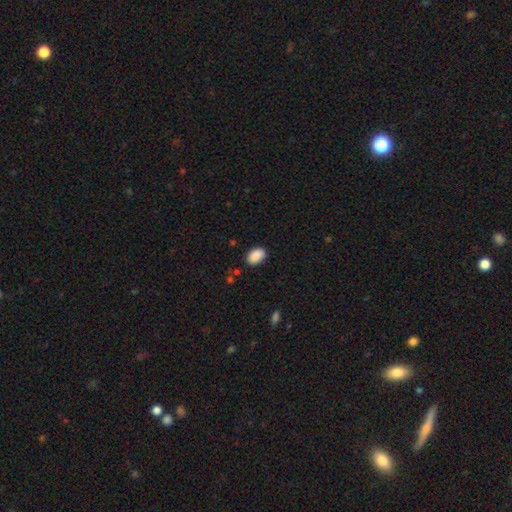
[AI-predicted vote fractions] Smooth or featured? Predicted: smooth (p=0.90). How rounded? Predicted: in between (p=0.90). Merging? Predicted: none (p=0.86).